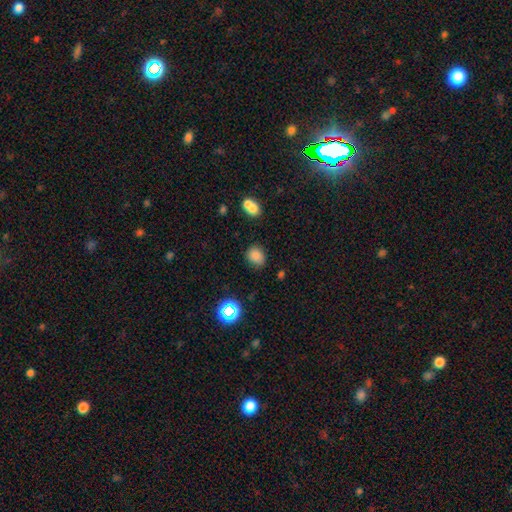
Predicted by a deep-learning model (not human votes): Smooth or featured: smooth — 81% (star or artifact — 13%)
How rounded: round — 54% (in between — 45%)
Merging: none — 75% (minor disturbance — 15%)